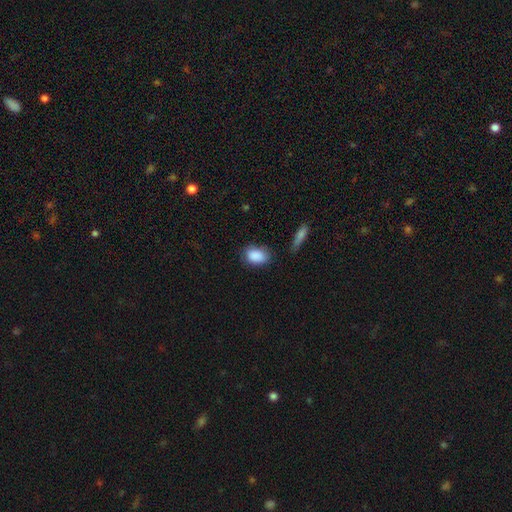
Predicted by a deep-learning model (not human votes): Q: Smooth or featured?
A: smooth (88%); runner-up: star or artifact (7%)
Q: How rounded?
A: in between (84%); runner-up: round (14%)
Q: Merging?
A: none (68%); runner-up: minor disturbance (22%)